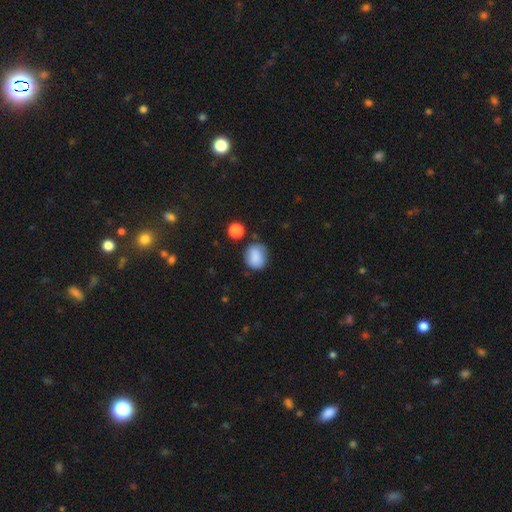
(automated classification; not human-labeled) Overall: smooth (83%). How rounded: round (66%; in between 33%). Merging: none (66%).